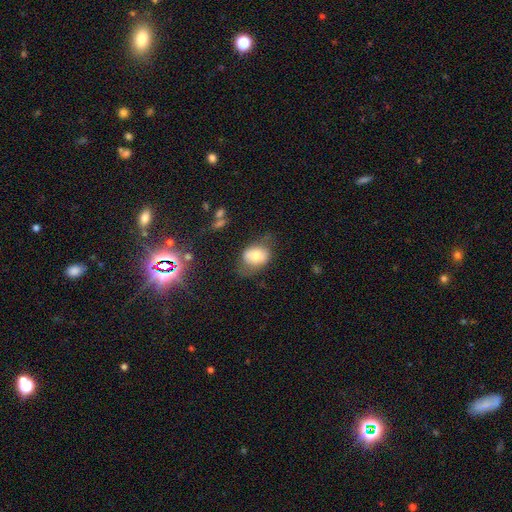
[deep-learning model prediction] Morphology: type=smooth (68%); roundness=in between (66%); merging=none (54%).